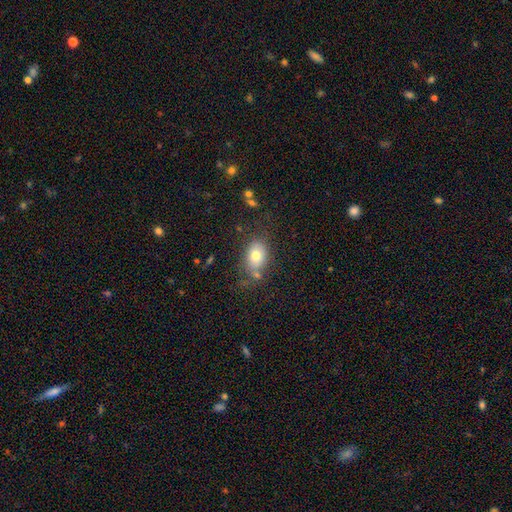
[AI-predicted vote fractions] A smooth galaxy with no disk features (75%) that is in between round and cigar-shaped (77%).

Vote fractions:
- Smooth or featured? smooth: 75% / featured or disk: 16% / star or artifact: 10%
- How rounded? in between: 77% / round: 21% / cigar-shaped: 1%
- Merging? none: 67% / minor disturbance: 18% / merger: 8% / major disturbance: 7%